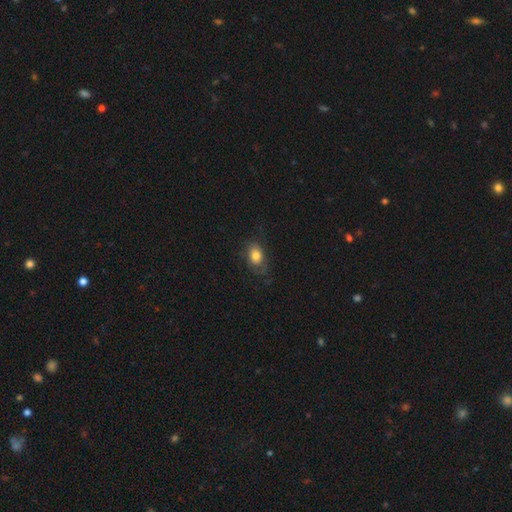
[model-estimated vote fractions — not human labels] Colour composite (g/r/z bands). It shows a smooth galaxy with no disk features (73%) that is in between round and cigar-shaped (78%). Merging: none (65%).